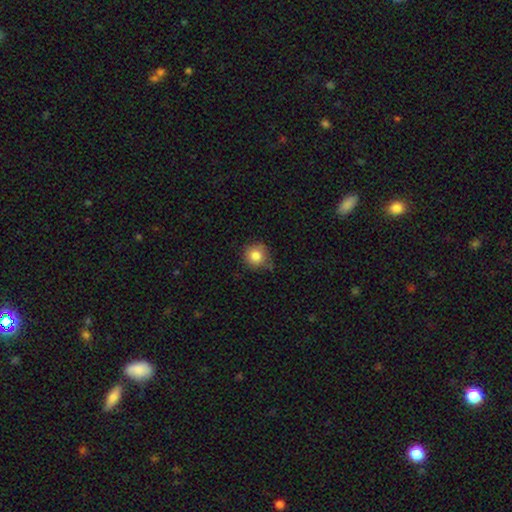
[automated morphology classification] A smooth galaxy with no disk features (82%) that is round (92%). Merging: none (70%).